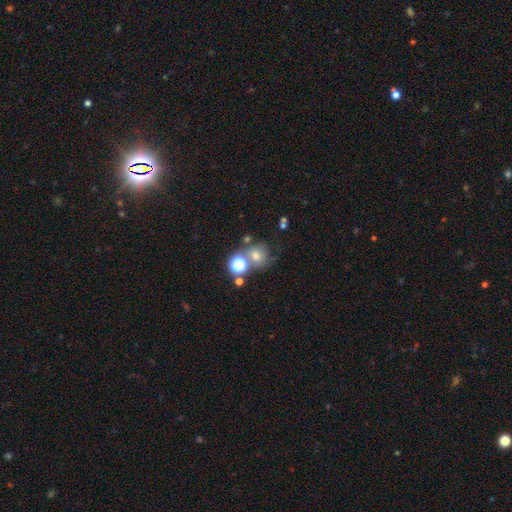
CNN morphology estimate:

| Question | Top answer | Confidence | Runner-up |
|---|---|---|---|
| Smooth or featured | smooth | 63% | star or artifact (21%) |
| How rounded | round | 83% | in between (16%) |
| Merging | none | 52% | merger (26%) |